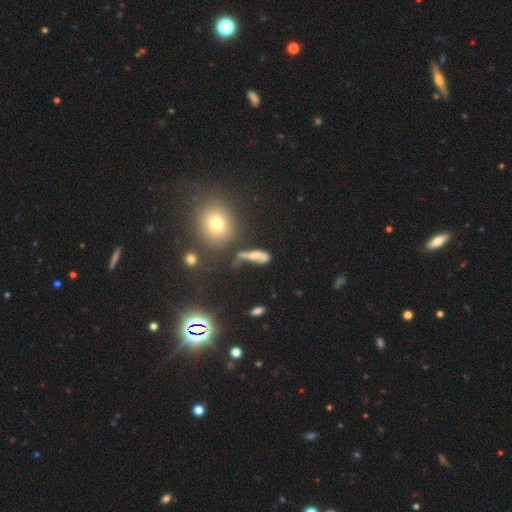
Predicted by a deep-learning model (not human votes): Q: Smooth or featured?
A: smooth (45%); runner-up: featured or disk (40%)
Q: Merging?
A: none (35%); runner-up: major disturbance (25%)